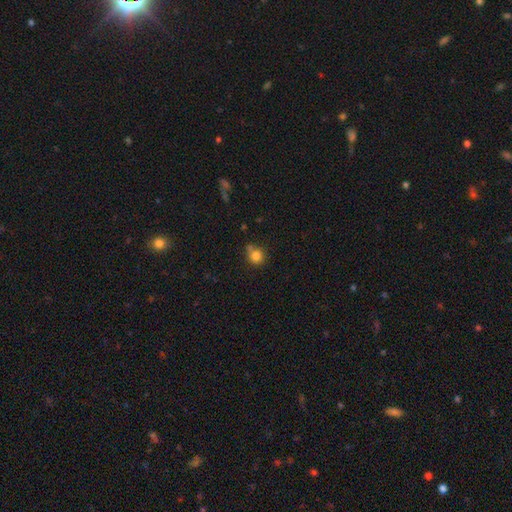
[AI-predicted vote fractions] The model was most divided on "merging": none: 64%, minor disturbance: 17%, merger: 15%, major disturbance: 5%. More confident: how rounded — round (87%); smooth or featured — smooth (82%).